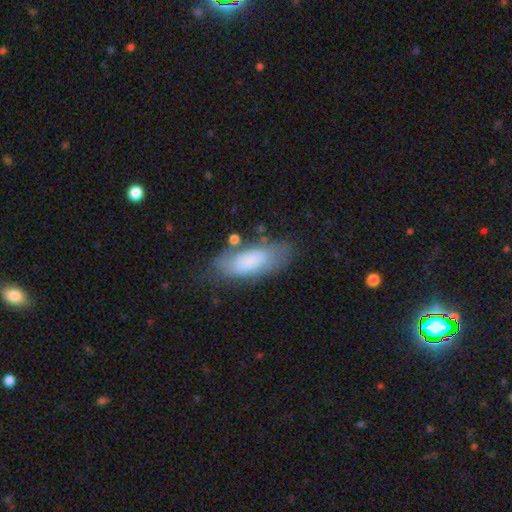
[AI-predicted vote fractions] smooth_or_featured: smooth (p=0.69) [alt: featured or disk p=0.24]
how_rounded: in between (p=0.80) [alt: cigar-shaped p=0.17]
merging: none (p=0.59) [alt: minor disturbance p=0.23]